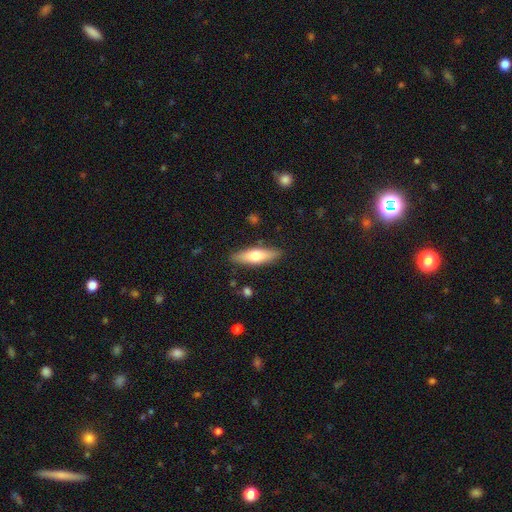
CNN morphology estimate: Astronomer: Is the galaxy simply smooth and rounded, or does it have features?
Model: smooth — 64%.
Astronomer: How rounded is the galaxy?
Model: cigar-shaped — 56% (runner-up: in between, 42%).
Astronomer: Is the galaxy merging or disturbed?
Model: none — 86%.